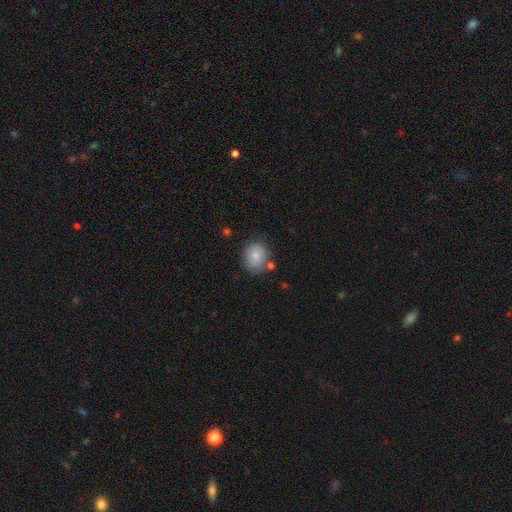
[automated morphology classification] type=smooth (80%); roundness=round (75%); merging=none (73%).